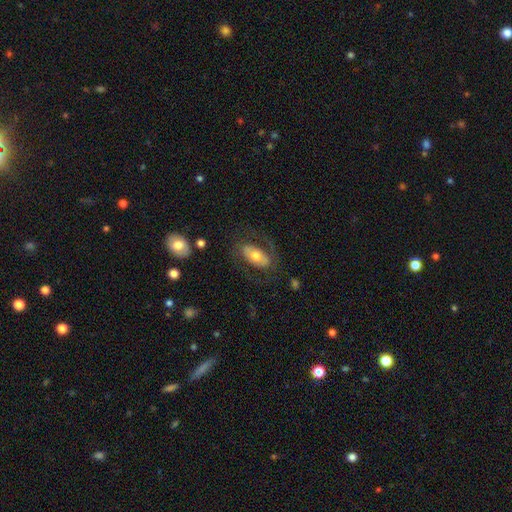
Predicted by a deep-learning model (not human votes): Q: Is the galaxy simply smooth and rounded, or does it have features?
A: smooth — 48%.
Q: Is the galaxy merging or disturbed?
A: none — 66%.